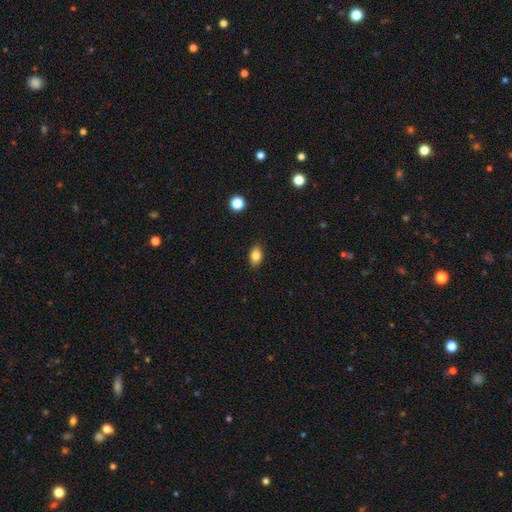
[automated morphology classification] Smooth or featured: smooth — 84% (star or artifact — 10%)
How rounded: in between — 80% (round — 18%)
Merging: none — 88% (minor disturbance — 9%)